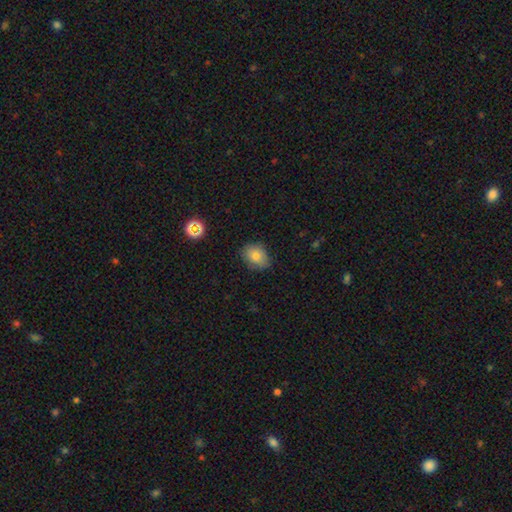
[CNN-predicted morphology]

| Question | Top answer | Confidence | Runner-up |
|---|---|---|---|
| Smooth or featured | smooth | 80% | featured or disk (10%) |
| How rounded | in between | 62% | round (37%) |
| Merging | none | 79% | minor disturbance (17%) |